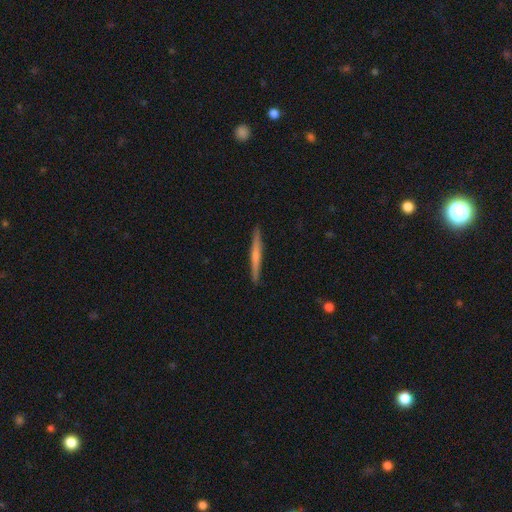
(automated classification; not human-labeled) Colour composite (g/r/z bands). It shows a featured or disk galaxy (49%). Merging: none (92%).